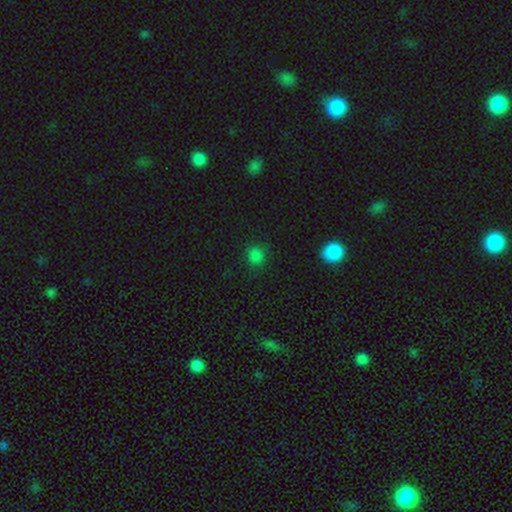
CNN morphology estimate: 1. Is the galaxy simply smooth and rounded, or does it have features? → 79% smooth, 17% star or artifact, 4% featured or disk.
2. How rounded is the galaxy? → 89% round, 10% in between, 1% cigar-shaped.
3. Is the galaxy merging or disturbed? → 85% none, 10% minor disturbance, 3% major disturbance, 2% merger.